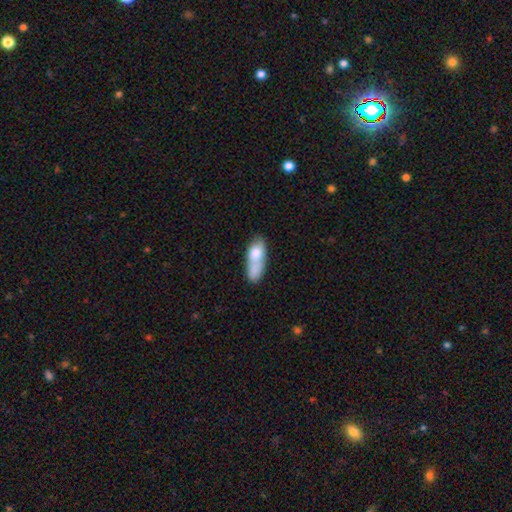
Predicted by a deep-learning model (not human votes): Overall: smooth (73%). How rounded: in between (70%). Merging: merger (46%; none 27%).